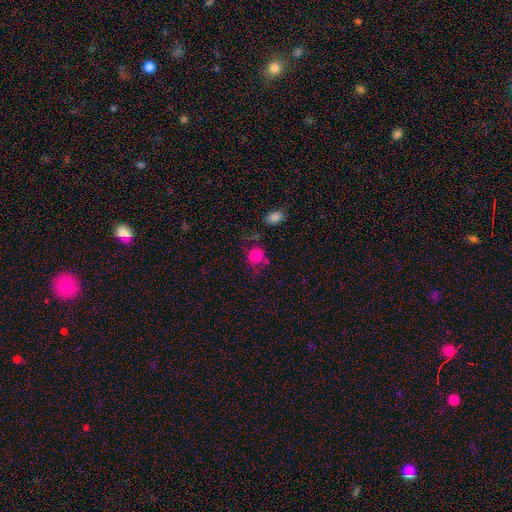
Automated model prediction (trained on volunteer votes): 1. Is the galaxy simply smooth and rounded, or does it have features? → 80% smooth, 11% star or artifact, 8% featured or disk.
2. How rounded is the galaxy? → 81% round, 18% in between, 1% cigar-shaped.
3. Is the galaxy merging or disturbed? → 61% none, 19% minor disturbance, 11% merger, 9% major disturbance.